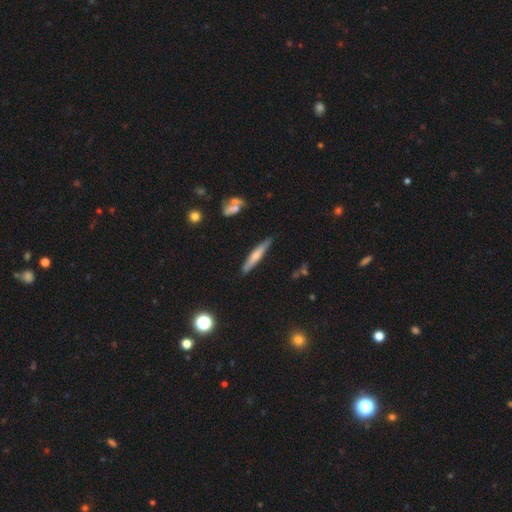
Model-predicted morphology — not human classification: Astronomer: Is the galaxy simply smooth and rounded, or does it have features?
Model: smooth — 58% (runner-up: featured or disk, 36%).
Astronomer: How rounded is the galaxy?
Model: cigar-shaped — 91%.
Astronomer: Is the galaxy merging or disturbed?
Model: none — 84%.